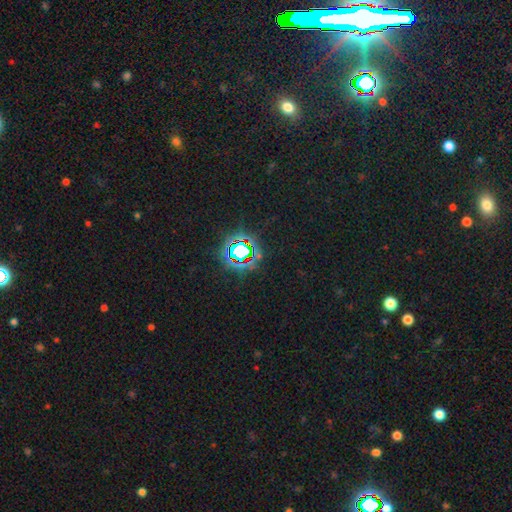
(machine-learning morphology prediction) star or artifact 78%, smooth 14%, featured or disk 8%.